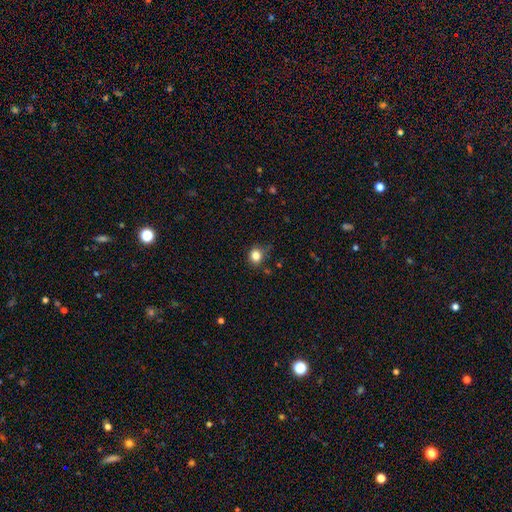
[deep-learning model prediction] This appears to be a smooth galaxy with no disk features (83%) that is round (70%). Merging: none (73%).